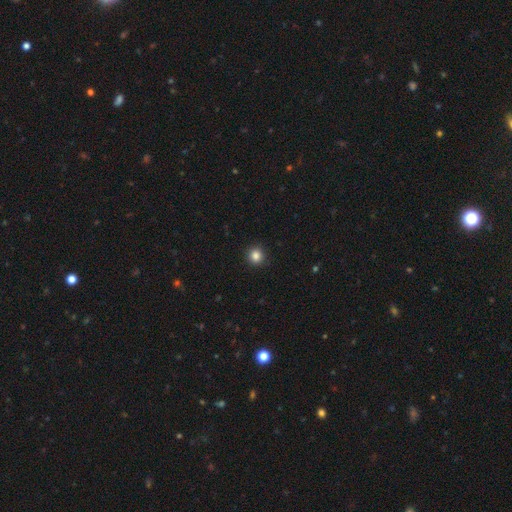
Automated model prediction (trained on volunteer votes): Smooth or featured? smooth (85%)
How rounded? round (93%)
Merging? none (92%)